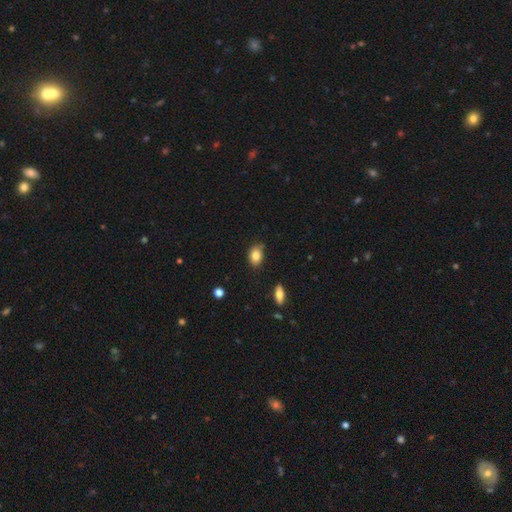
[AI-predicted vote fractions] A smooth galaxy with no disk features (82%) that is in between round and cigar-shaped (81%).

Vote fractions:
- Smooth or featured? smooth: 82% / featured or disk: 9% / star or artifact: 9%
- How rounded? in between: 81% / round: 17% / cigar-shaped: 2%
- Merging? none: 72% / minor disturbance: 22% / major disturbance: 3% / merger: 3%